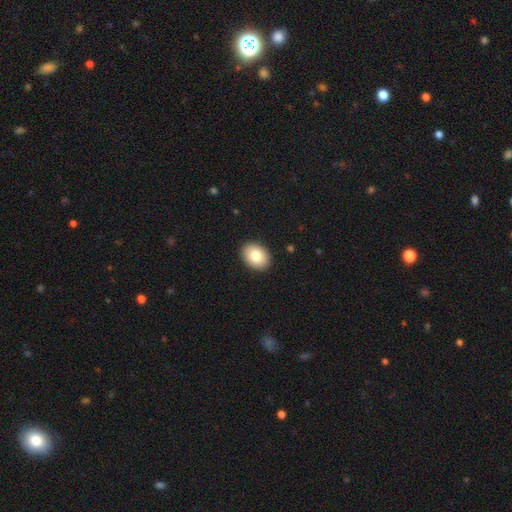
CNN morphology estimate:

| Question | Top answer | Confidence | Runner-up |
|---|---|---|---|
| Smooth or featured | smooth | 82% | featured or disk (10%) |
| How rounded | in between | 72% | round (27%) |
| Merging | none | 91% | minor disturbance (6%) |